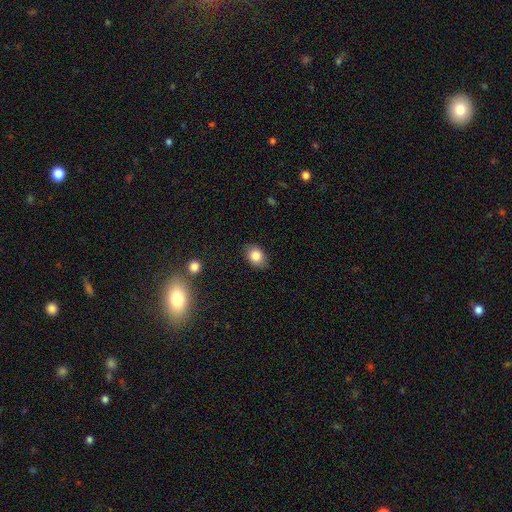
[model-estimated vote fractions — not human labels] The model was most divided on "how rounded": in between: 70%, round: 29%, cigar-shaped: 1%. More confident: smooth or featured — smooth (83%); merging — none (83%).